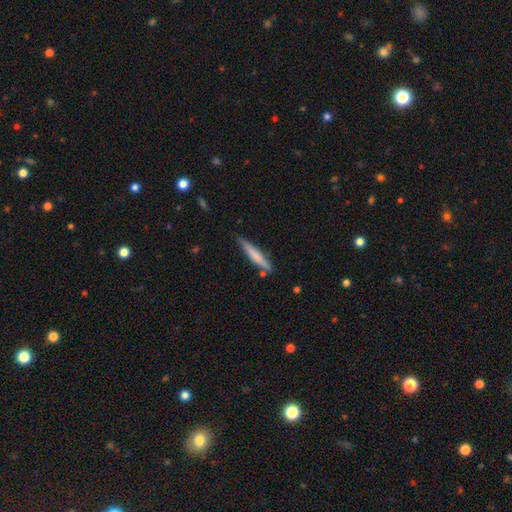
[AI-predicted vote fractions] smooth 62%, featured or disk 33%, star or artifact 5%. Down the decision tree: how rounded — cigar-shaped (93%); merging — none (78%).